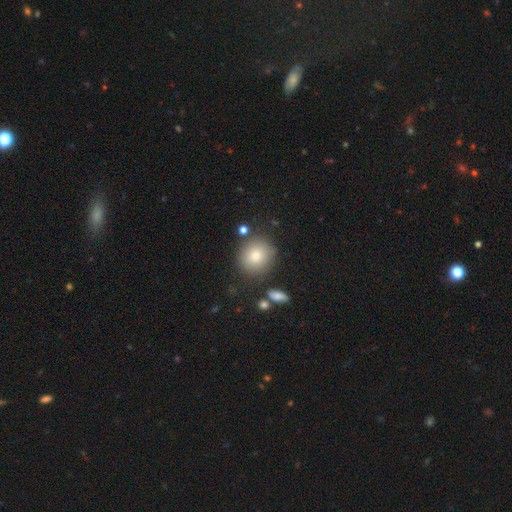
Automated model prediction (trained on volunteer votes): Smooth or featured?
  - smooth: 81% *
  - featured or disk: 10%
  - star or artifact: 9%
How rounded?
  - round: 87% *
  - in between: 12%
  - cigar-shaped: 1%
Merging?
  - none: 80% *
  - minor disturbance: 11%
  - merger: 5%
  - major disturbance: 4%